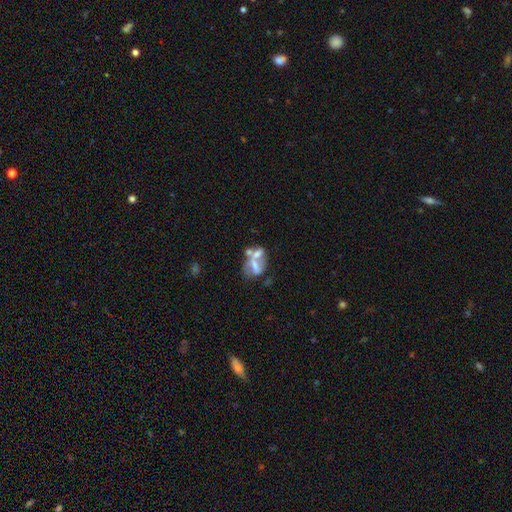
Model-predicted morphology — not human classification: The model was most divided on "smooth or featured": featured or disk: 48%, smooth: 40%, star or artifact: 12%. More confident: merging — merger (52%).